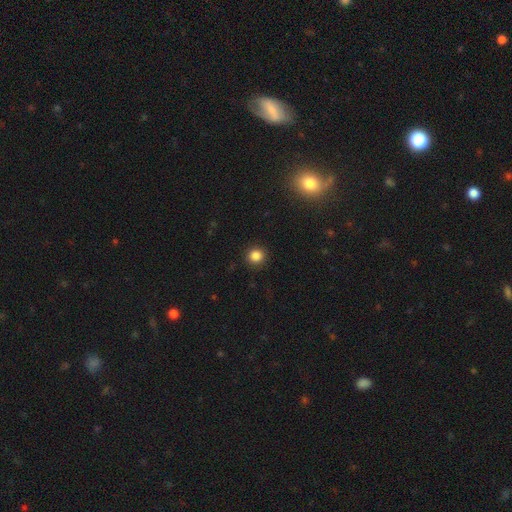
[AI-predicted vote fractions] This appears to be a smooth galaxy with no disk features (84%) that is round (90%). Merging: none (91%).